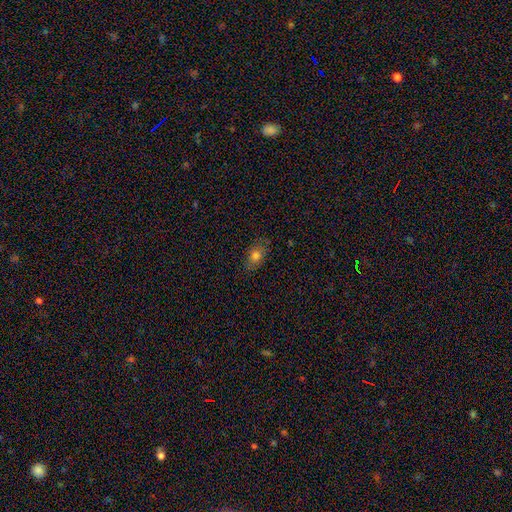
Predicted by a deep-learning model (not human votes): The model was most divided on "smooth or featured": smooth: 77%, featured or disk: 12%, star or artifact: 11%. More confident: how rounded — in between (82%); merging — none (81%).